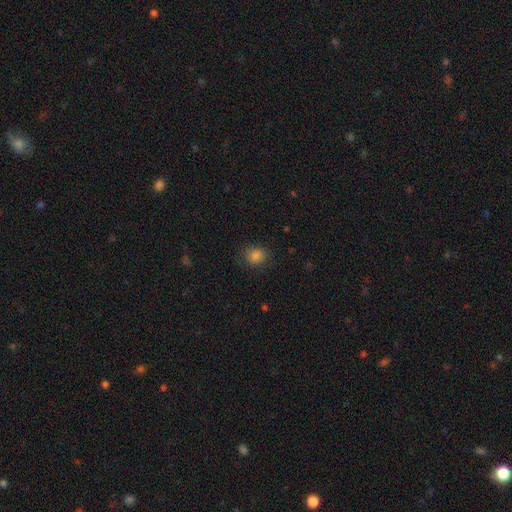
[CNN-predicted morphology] Q: Smooth or featured?
A: smooth (84%); runner-up: star or artifact (12%)
Q: How rounded?
A: round (75%); runner-up: in between (24%)
Q: Merging?
A: none (83%); runner-up: minor disturbance (12%)